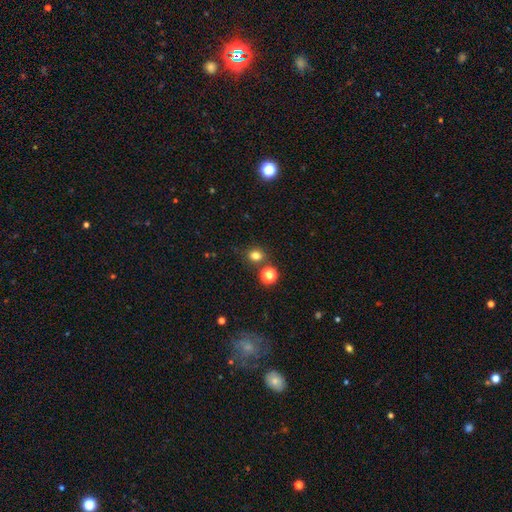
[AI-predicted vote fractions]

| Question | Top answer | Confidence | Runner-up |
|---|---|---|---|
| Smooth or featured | smooth | 78% | star or artifact (17%) |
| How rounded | round | 75% | in between (24%) |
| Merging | none | 76% | merger (11%) |